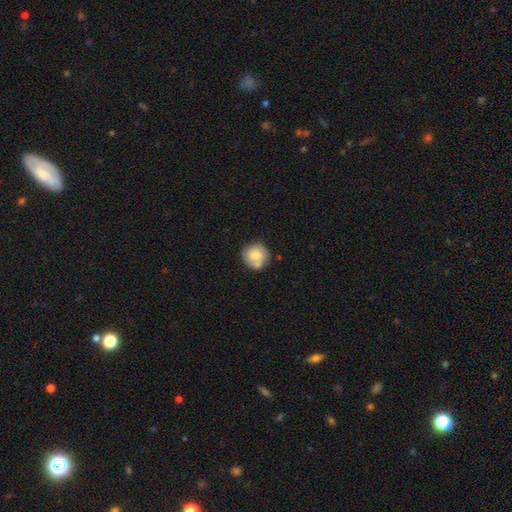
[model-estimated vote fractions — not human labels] smooth-or-featured: smooth: 60% | featured or disk: 32% | star or artifact: 7%
  how-rounded: round: 89% | in between: 10% | cigar-shaped: 1%
  merging: none: 66% | minor disturbance: 19% | merger: 10% | major disturbance: 5%